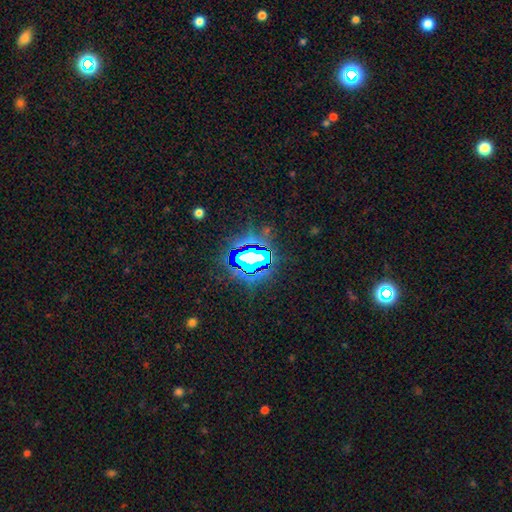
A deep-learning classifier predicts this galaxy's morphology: star or artifact 80%, smooth 12%, featured or disk 9%.